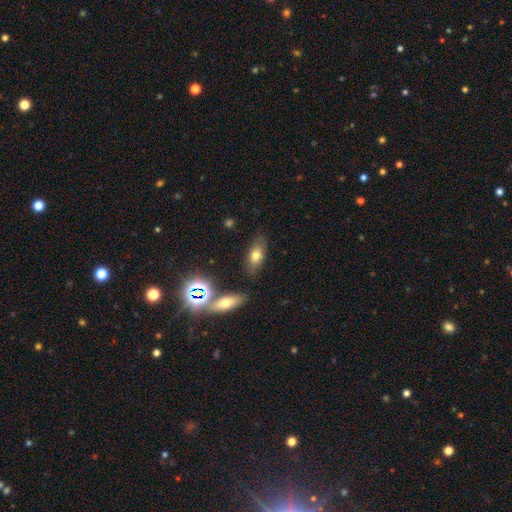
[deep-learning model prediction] Q: Smooth or featured?
A: smooth (71%); runner-up: featured or disk (18%)
Q: How rounded?
A: in between (84%); runner-up: cigar-shaped (9%)
Q: Merging?
A: none (78%); runner-up: minor disturbance (13%)